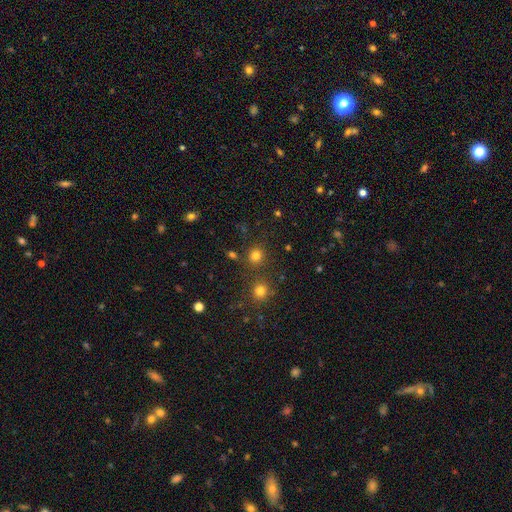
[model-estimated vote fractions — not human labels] This appears to be a smooth galaxy with no disk features (78%) that is round (91%). Merging: none (83%).